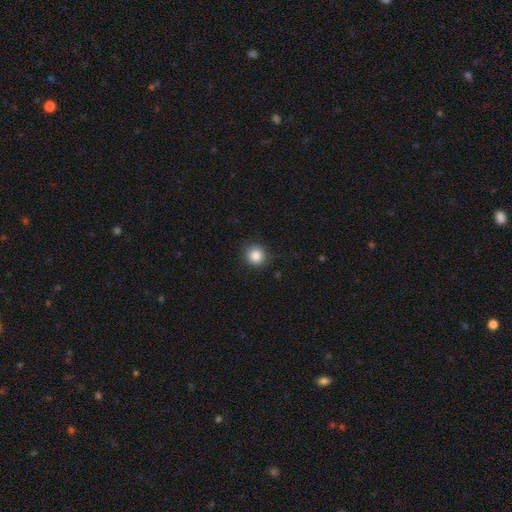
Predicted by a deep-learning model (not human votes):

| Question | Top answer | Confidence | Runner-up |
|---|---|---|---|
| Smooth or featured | smooth | 85% | star or artifact (10%) |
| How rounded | round | 92% | in between (7%) |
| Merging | none | 88% | minor disturbance (8%) |